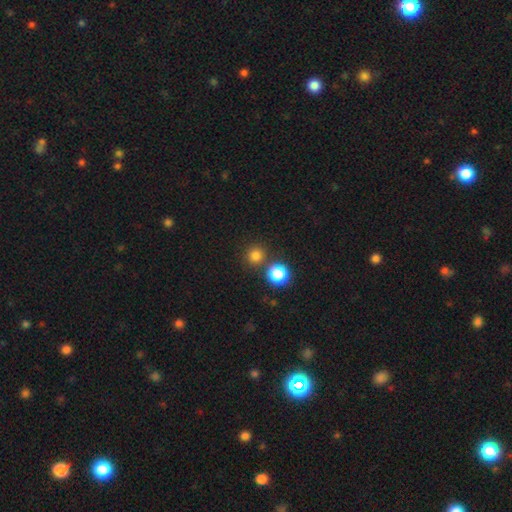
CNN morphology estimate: The model was most divided on "smooth or featured": smooth: 79%, star or artifact: 17%, featured or disk: 5%. More confident: how rounded — round (93%); merging — none (77%).